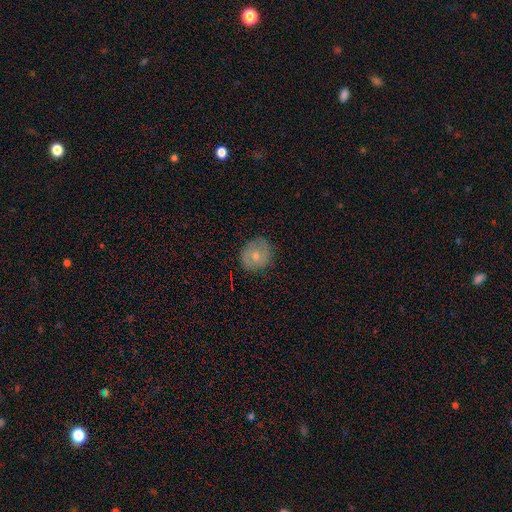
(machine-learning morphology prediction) smooth_or_featured: smooth (p=0.66) [alt: featured or disk p=0.25]
how_rounded: round (p=0.80) [alt: in between p=0.19]
merging: none (p=0.78) [alt: minor disturbance p=0.16]